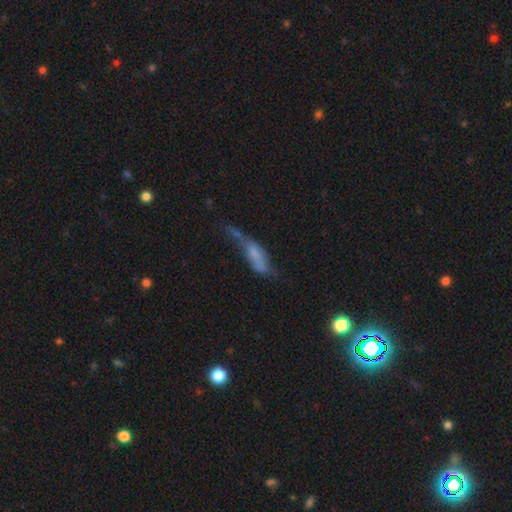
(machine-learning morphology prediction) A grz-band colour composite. It shows a smooth galaxy with no disk features (51%) that is in between round and cigar-shaped (50%). Merging: major disturbance (37%).